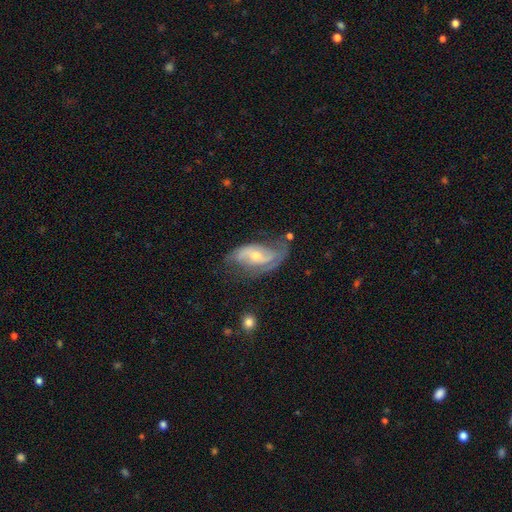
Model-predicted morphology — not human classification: Overall: featured or disk (79%). Edge-on disk: no (94%). Bar: no (50%; weak 36%). Spiral arms: yes (91%). Spiral arm count: 2 (73%). Spiral winding: medium (41%; loose 33%). Bulge size: moderate (51%; small 45%). Merging: none (53%; minor disturbance 28%).